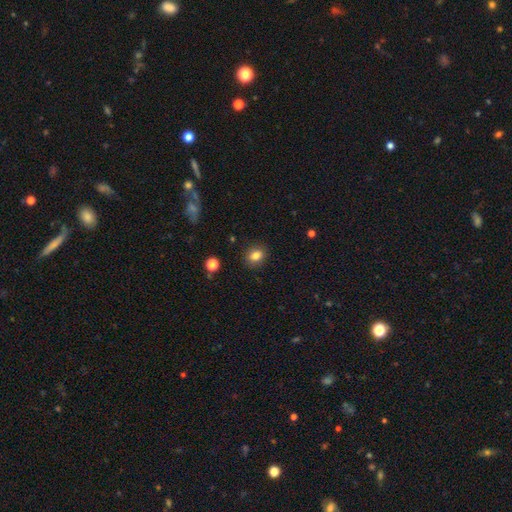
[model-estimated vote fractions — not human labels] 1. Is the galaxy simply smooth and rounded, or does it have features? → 82% smooth, 11% star or artifact, 7% featured or disk.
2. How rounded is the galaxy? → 62% round, 37% in between, 1% cigar-shaped.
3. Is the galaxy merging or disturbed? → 89% none, 8% minor disturbance, 2% major disturbance, 1% merger.